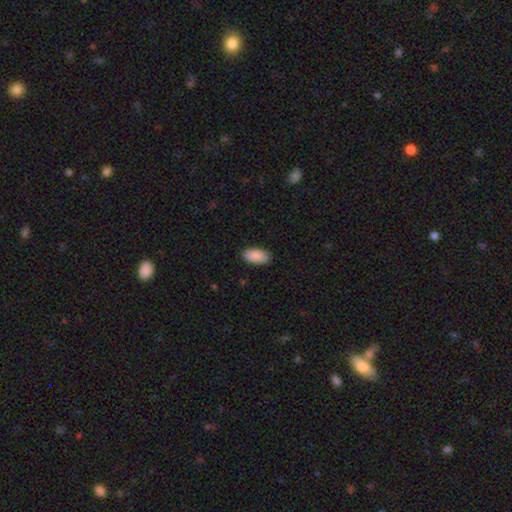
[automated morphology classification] Q: Smooth or featured?
A: smooth (90%); runner-up: star or artifact (6%)
Q: How rounded?
A: in between (94%); runner-up: cigar-shaped (3%)
Q: Merging?
A: none (88%); runner-up: minor disturbance (9%)